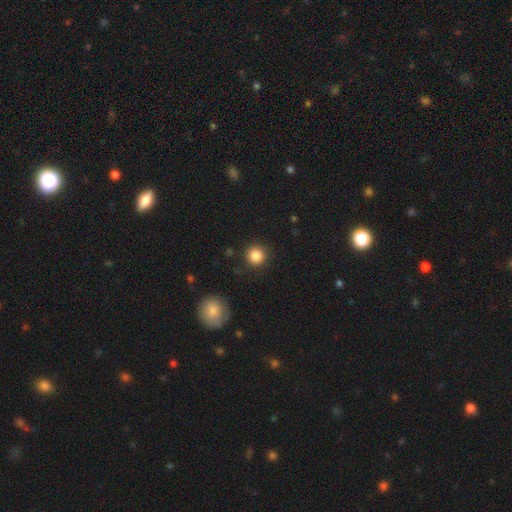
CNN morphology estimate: The model was most divided on "smooth or featured": smooth: 86%, star or artifact: 11%, featured or disk: 4%. More confident: how rounded — round (94%); merging — none (89%).